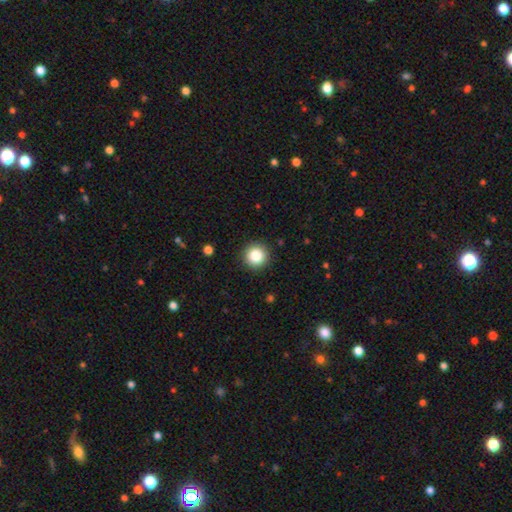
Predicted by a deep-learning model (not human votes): This appears to be a smooth galaxy with no disk features (85%) that is round (95%). Merging: none (92%).